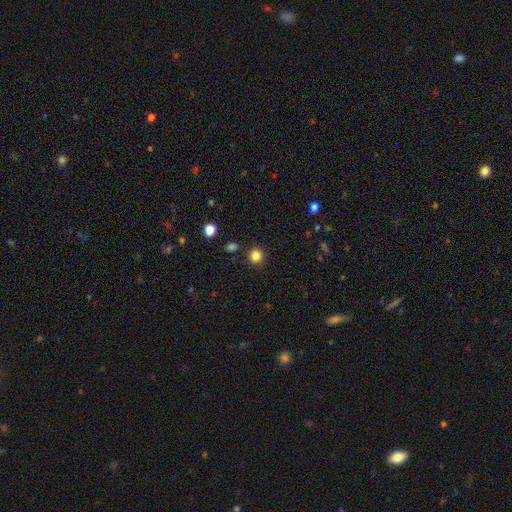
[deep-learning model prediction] A smooth galaxy with no disk features (84%) that is round (91%).

Vote fractions:
- Smooth or featured? smooth: 84% / star or artifact: 12% / featured or disk: 4%
- How rounded? round: 91% / in between: 8% / cigar-shaped: 1%
- Merging? none: 89% / minor disturbance: 6% / merger: 3% / major disturbance: 2%